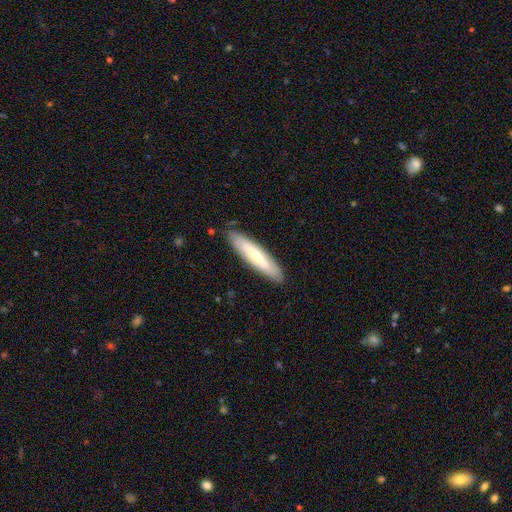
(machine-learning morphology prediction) A smooth galaxy with no disk features (59%) that is cigar-shaped (85%).

Vote fractions:
- Smooth or featured? smooth: 59% / featured or disk: 36% / star or artifact: 5%
- How rounded? cigar-shaped: 85% / in between: 14% / round: 1%
- Merging? none: 88% / minor disturbance: 9% / major disturbance: 2% / merger: 1%